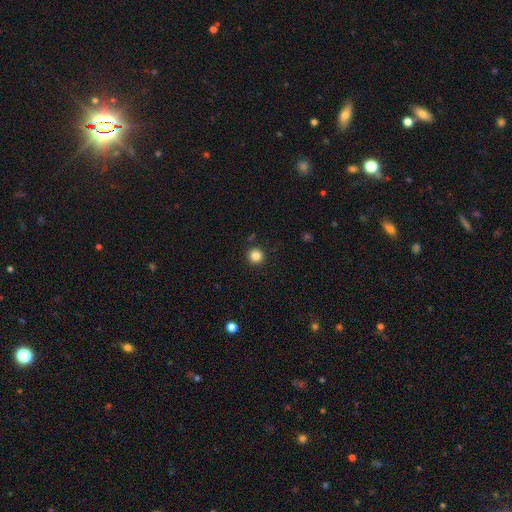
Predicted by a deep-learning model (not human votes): A smooth galaxy with no disk features (84%) that is round (95%). Merging: none (91%).